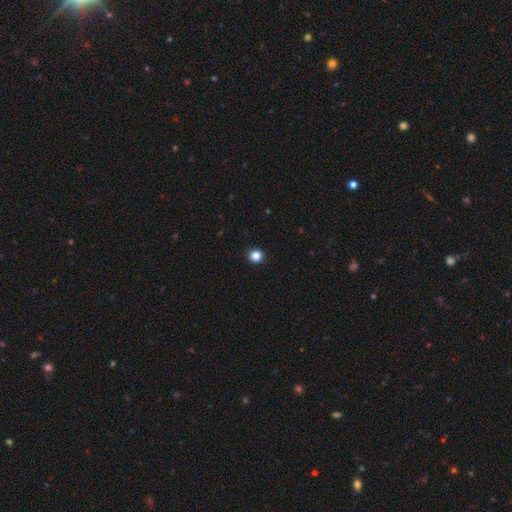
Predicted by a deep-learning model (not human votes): Morphology: type=smooth (85%); roundness=round (92%); merging=none (94%).